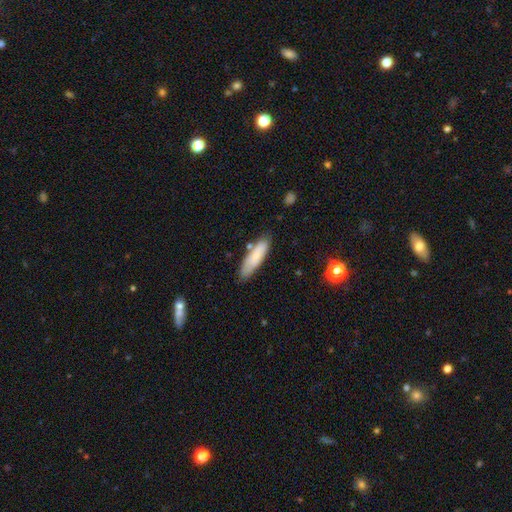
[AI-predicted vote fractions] Overall: smooth (78%). How rounded: cigar-shaped (65%; in between 34%). Merging: none (77%).